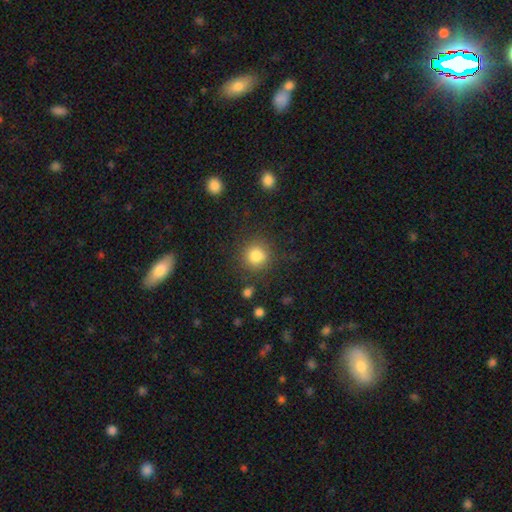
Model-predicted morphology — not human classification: type=smooth (82%); roundness=round (91%); merging=none (85%).